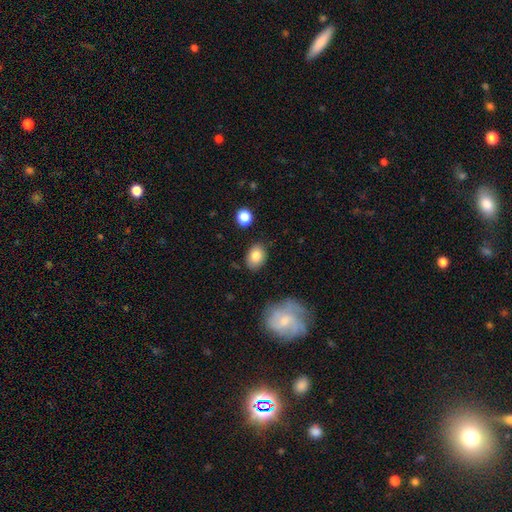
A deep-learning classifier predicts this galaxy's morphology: Smooth or featured: smooth — 84% (featured or disk — 8%)
How rounded: in between — 73% (round — 26%)
Merging: none — 82% (minor disturbance — 12%)